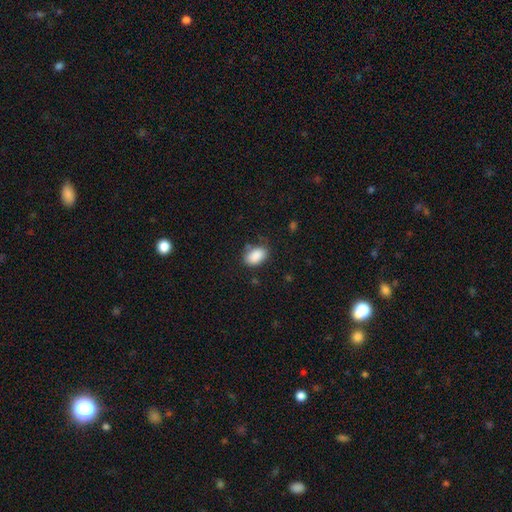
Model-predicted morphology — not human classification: A smooth galaxy with no disk features (89%) that is in between round and cigar-shaped (89%).

Vote fractions:
- Smooth or featured? smooth: 89% / star or artifact: 7% / featured or disk: 4%
- How rounded? in between: 89% / round: 10% / cigar-shaped: 1%
- Merging? none: 74% / minor disturbance: 19% / major disturbance: 5% / merger: 3%